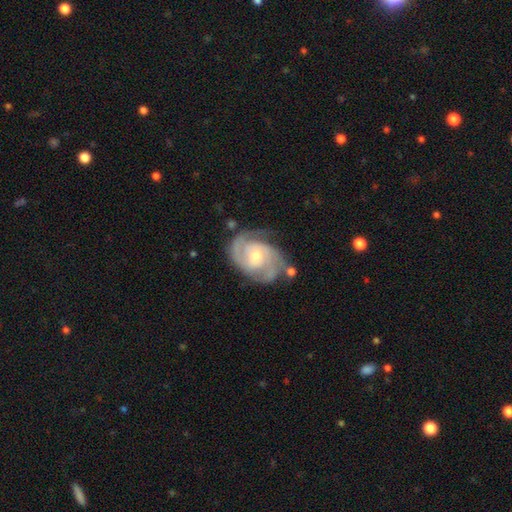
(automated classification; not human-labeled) Smooth or featured? Predicted: featured or disk (p=0.91). Edge-on disk? Predicted: no (p=0.98). Bar? Predicted: no (p=0.52). Spiral arms? Predicted: yes (p=0.98). Spiral winding? Predicted: tight (p=0.56). Spiral arm count? Predicted: 2 (p=0.52). Bulge size? Predicted: moderate (p=0.56). Merging? Predicted: none (p=0.71).